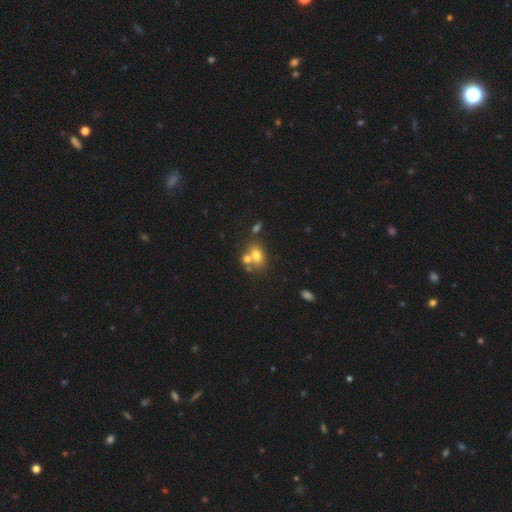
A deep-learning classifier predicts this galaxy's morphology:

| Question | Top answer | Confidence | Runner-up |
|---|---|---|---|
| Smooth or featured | smooth | 71% | featured or disk (17%) |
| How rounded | in between | 65% | round (33%) |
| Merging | none | 44% | merger (40%) |